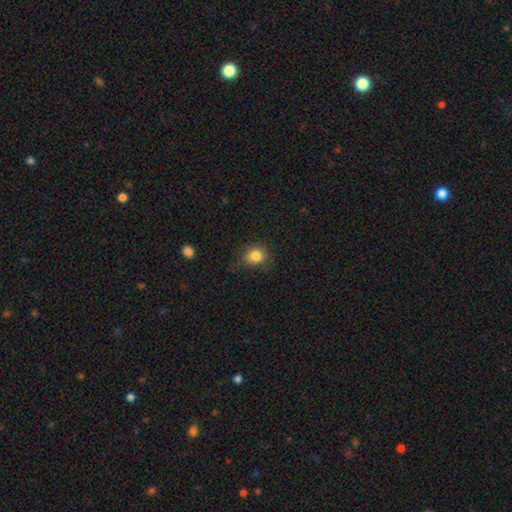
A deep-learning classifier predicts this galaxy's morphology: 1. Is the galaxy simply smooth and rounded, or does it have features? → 83% smooth, 11% star or artifact, 6% featured or disk.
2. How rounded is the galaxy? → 75% round, 24% in between, 1% cigar-shaped.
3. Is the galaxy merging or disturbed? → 70% none, 21% minor disturbance, 7% major disturbance, 2% merger.